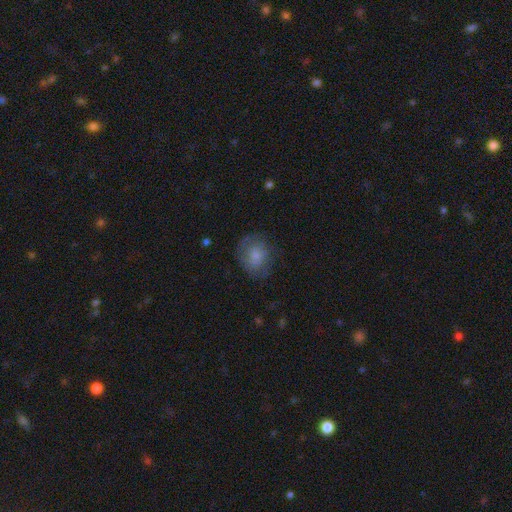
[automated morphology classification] Smooth or featured: smooth — 66% (featured or disk — 25%)
How rounded: round — 60% (in between — 39%)
Merging: none — 66% (minor disturbance — 21%)